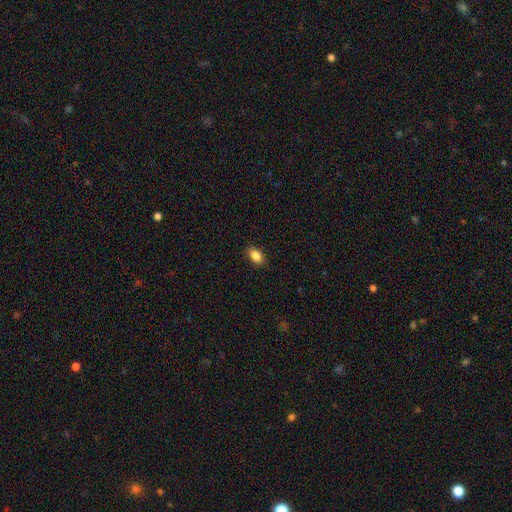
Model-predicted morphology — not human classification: Q: Smooth or featured?
A: smooth (87%); runner-up: star or artifact (8%)
Q: How rounded?
A: in between (89%); runner-up: round (8%)
Q: Merging?
A: none (88%); runner-up: minor disturbance (9%)